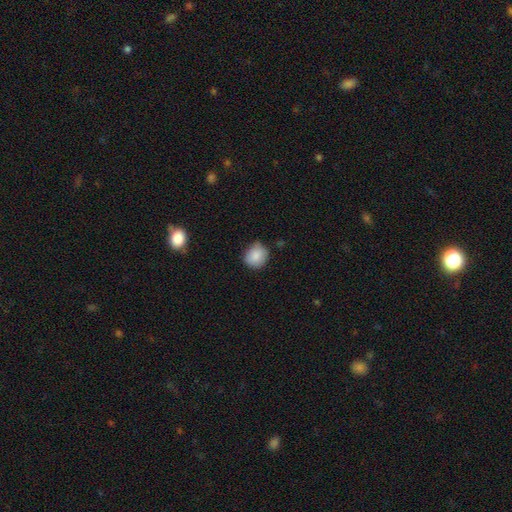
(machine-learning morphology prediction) This is clearly a smooth galaxy (87%). How rounded: likely round (77%). Merging: likely none (72%).